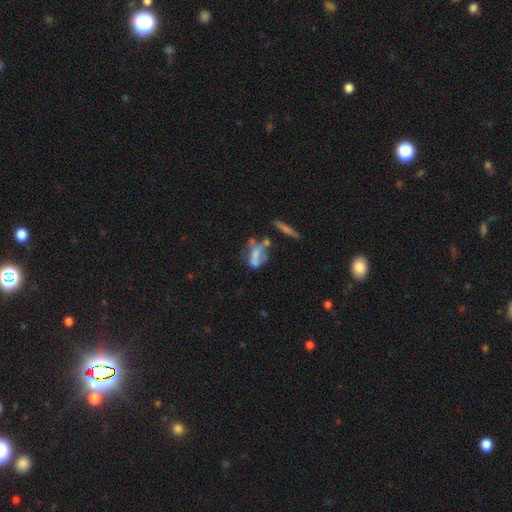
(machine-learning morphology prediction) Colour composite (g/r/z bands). It shows a featured or disk galaxy (44%, tied with smooth). Merging: merger (30%).